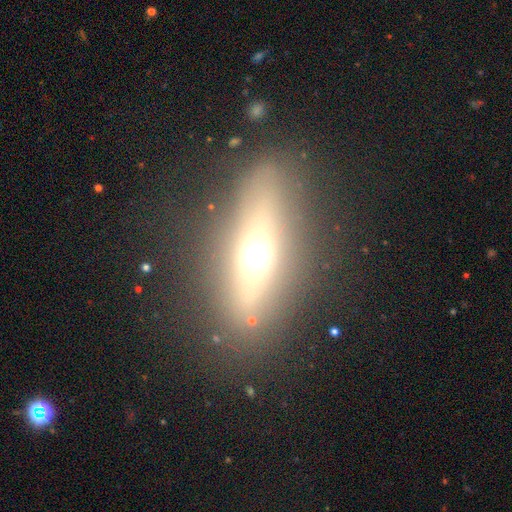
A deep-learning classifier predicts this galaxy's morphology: The model was most divided on "smooth or featured": featured or disk: 50%, smooth: 36%, star or artifact: 13%. More confident: merging — none (82%); edge-on disk — yes (75%).